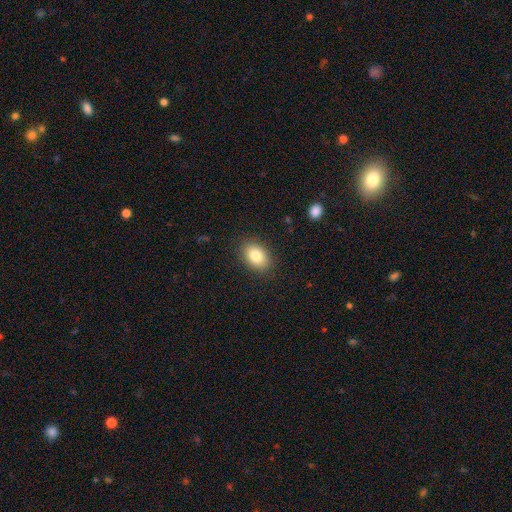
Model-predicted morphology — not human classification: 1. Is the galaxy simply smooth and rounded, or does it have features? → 83% smooth, 9% featured or disk, 8% star or artifact.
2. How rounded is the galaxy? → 81% in between, 18% round, 1% cigar-shaped.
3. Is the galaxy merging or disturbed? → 87% none, 9% minor disturbance, 3% major disturbance, 1% merger.